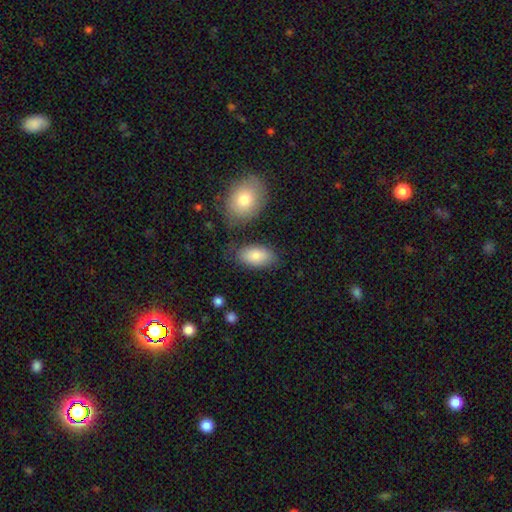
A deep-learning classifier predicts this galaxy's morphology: The model was most divided on "merging": none: 73%, minor disturbance: 15%, merger: 7%, major disturbance: 4%. More confident: how rounded — in between (94%); smooth or featured — smooth (84%).